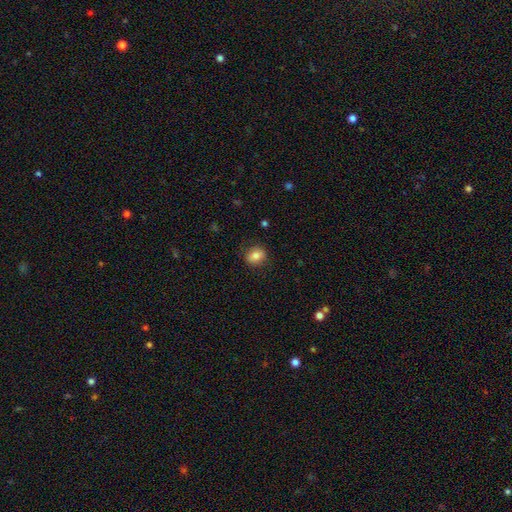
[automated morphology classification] The model was most divided on "how rounded": round: 53%, in between: 46%, cigar-shaped: 1%. More confident: merging — none (85%); smooth or featured — smooth (81%).